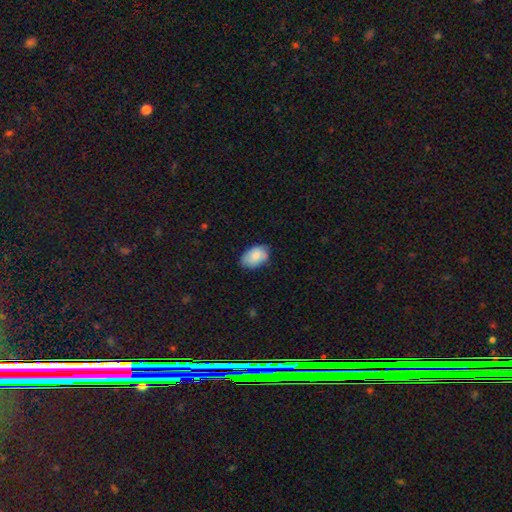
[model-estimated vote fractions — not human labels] smooth-or-featured: smooth: 83% | featured or disk: 10% | star or artifact: 7%
  how-rounded: in between: 89% | round: 9% | cigar-shaped: 1%
  merging: none: 70% | minor disturbance: 25% | major disturbance: 4% | merger: 1%